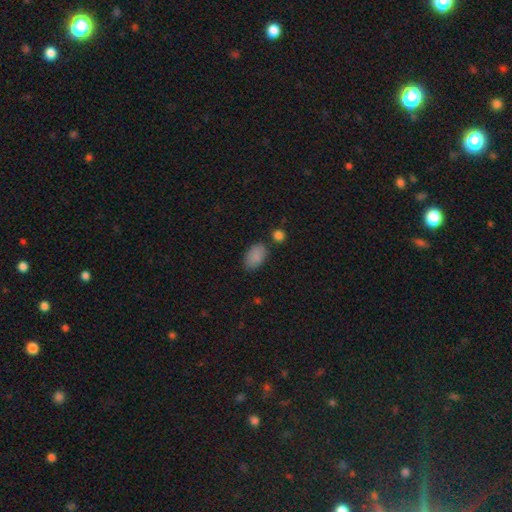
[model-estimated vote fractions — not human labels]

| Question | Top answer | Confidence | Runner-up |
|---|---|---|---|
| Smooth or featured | smooth | 87% | star or artifact (8%) |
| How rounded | in between | 92% | round (6%) |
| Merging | none | 73% | minor disturbance (17%) |